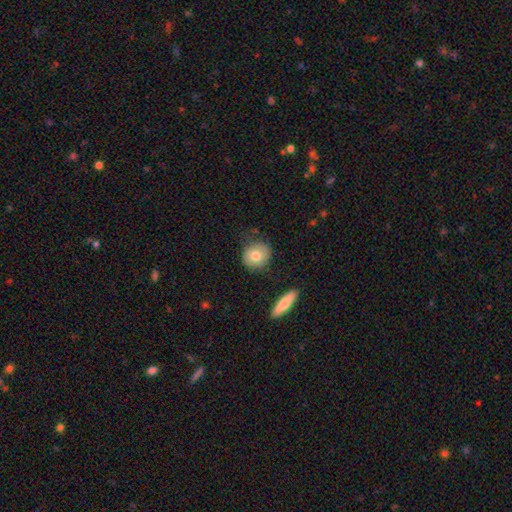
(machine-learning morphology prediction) Overall: smooth (75%). How rounded: round (78%). Merging: none (76%).